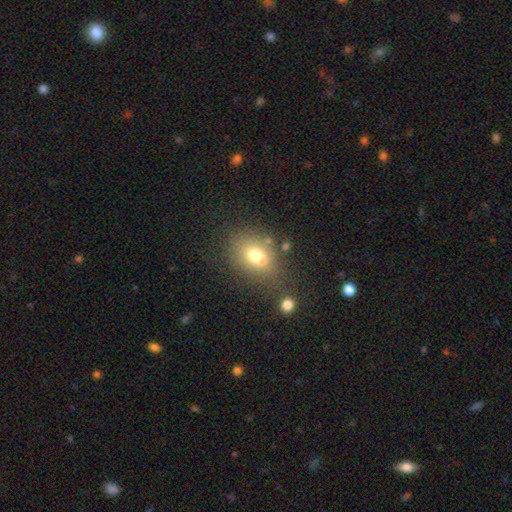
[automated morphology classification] A smooth galaxy with no disk features (67%) that is in between round and cigar-shaped (54%).

Vote fractions:
- Smooth or featured? smooth: 67% / featured or disk: 21% / star or artifact: 13%
- How rounded? in between: 54% / round: 45% / cigar-shaped: 1%
- Merging? none: 49% / merger: 24% / minor disturbance: 17% / major disturbance: 9%